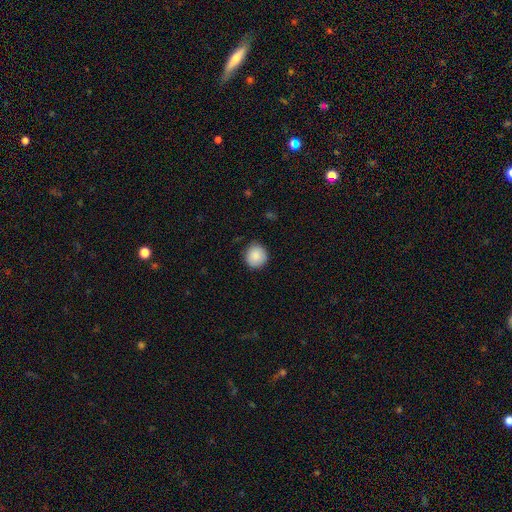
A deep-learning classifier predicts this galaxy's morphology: smooth_or_featured: smooth (p=0.88) [alt: star or artifact p=0.08]
how_rounded: round (p=0.91) [alt: in between p=0.08]
merging: none (p=0.84) [alt: minor disturbance p=0.13]